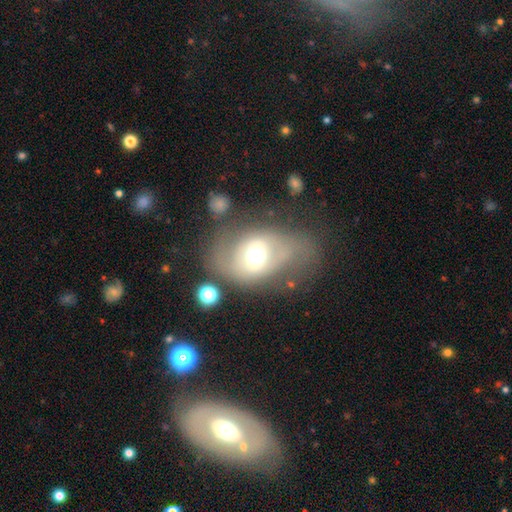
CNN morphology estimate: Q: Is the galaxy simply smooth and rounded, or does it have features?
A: featured or disk — 54%.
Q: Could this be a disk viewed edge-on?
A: no — 93%.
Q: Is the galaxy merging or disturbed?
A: none — 44%.